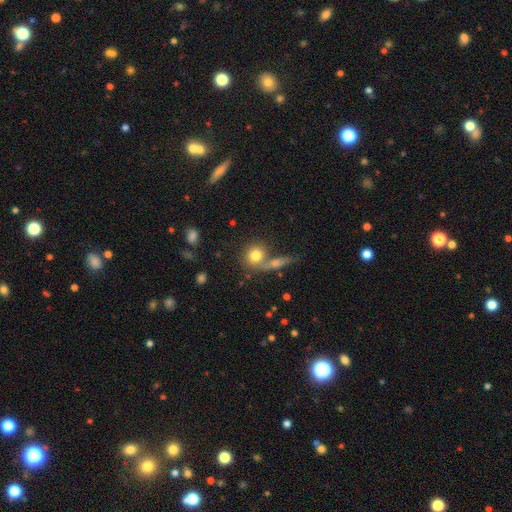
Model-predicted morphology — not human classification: Smooth or featured?
  - smooth: 77% *
  - featured or disk: 14%
  - star or artifact: 9%
How rounded?
  - round: 79% *
  - in between: 18%
  - cigar-shaped: 3%
Merging?
  - none: 52% *
  - merger: 32%
  - minor disturbance: 11%
  - major disturbance: 6%